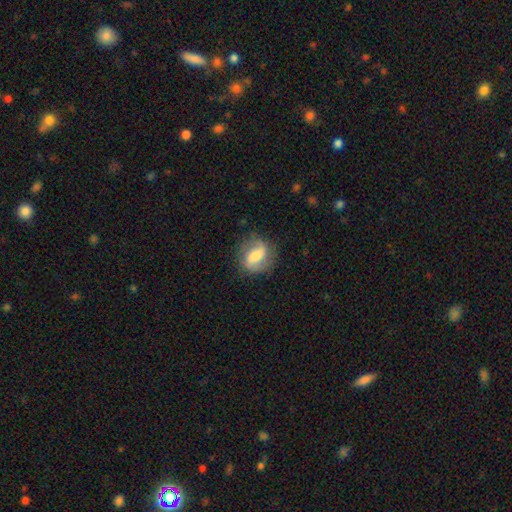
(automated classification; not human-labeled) A featured or disk galaxy (59%) with a weak bar (45%), spiral arms (84%) and a moderate central bulge (53%).

Vote fractions:
- Smooth or featured? featured or disk: 59% / smooth: 34% / star or artifact: 8%
- Edge-on disk? no: 96% / yes: 4%
- Bar? weak: 45% / strong: 31% / no: 24%
- Spiral arms? yes: 84% / no: 16%
- Bulge size? moderate: 53% / small: 26% / large: 15% / none: 5% / dominant: 2%
- Merging? none: 77% / minor disturbance: 16% / major disturbance: 6% / merger: 1%